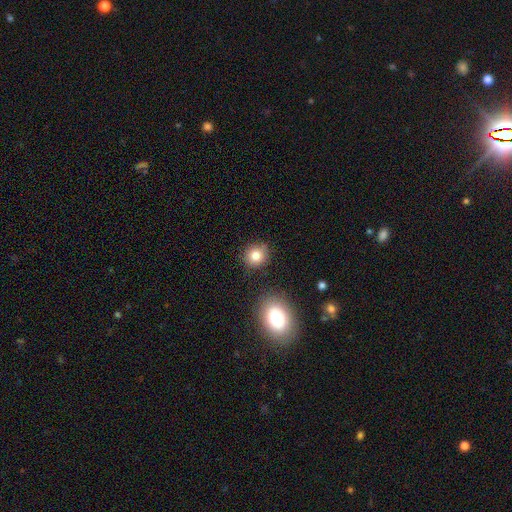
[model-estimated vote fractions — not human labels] Smooth or featured? Predicted: smooth (p=0.81). How rounded? Predicted: round (p=0.84). Merging? Predicted: none (p=0.81).